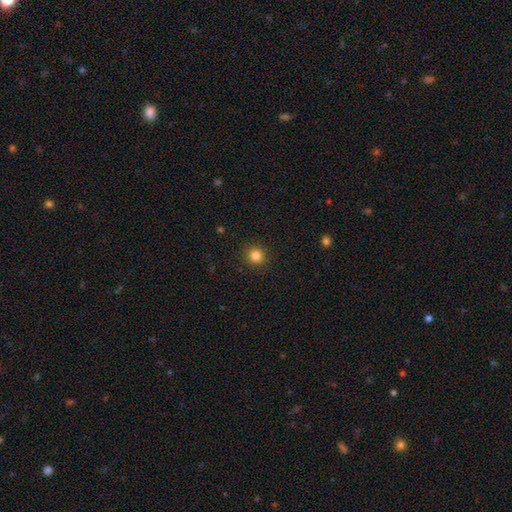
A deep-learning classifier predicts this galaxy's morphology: smooth-or-featured: smooth: 83% | star or artifact: 13% | featured or disk: 4%
  how-rounded: round: 94% | in between: 6% | cigar-shaped: 1%
  merging: none: 91% | minor disturbance: 6% | major disturbance: 2% | merger: 1%